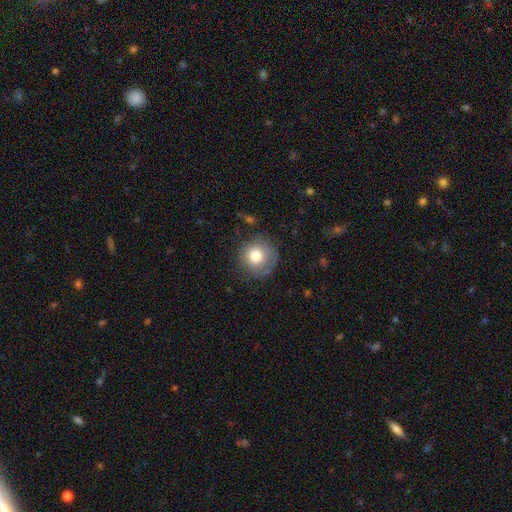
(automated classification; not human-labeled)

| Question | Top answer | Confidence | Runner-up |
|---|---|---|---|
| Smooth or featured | smooth | 76% | featured or disk (15%) |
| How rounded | round | 94% | in between (5%) |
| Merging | none | 72% | minor disturbance (18%) |